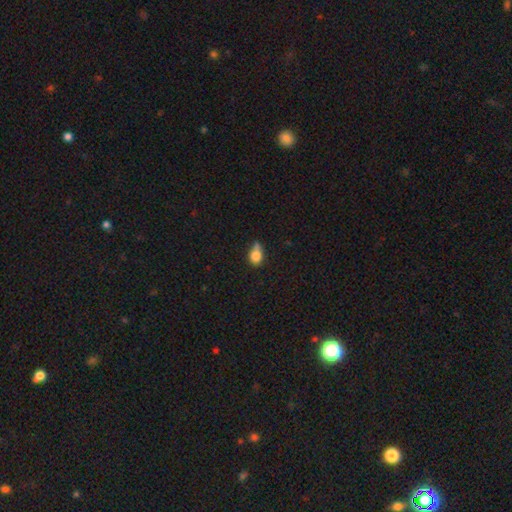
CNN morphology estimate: smooth_or_featured: smooth (p=0.81) [alt: star or artifact p=0.10]
how_rounded: round (p=0.52) [alt: in between p=0.47]
merging: none (p=0.39) [alt: minor disturbance p=0.31]